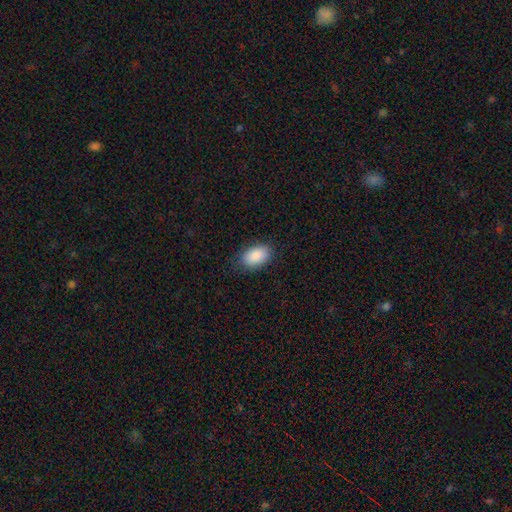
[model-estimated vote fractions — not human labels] Q: Smooth or featured?
A: smooth (89%); runner-up: star or artifact (7%)
Q: How rounded?
A: in between (92%); runner-up: round (7%)
Q: Merging?
A: none (84%); runner-up: minor disturbance (12%)